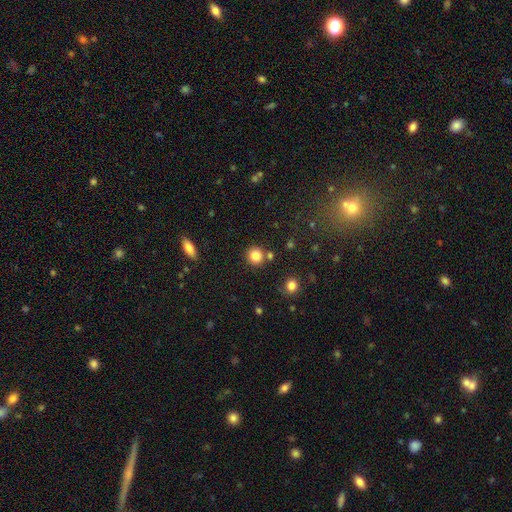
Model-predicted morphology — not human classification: Smooth or featured? smooth (84%)
How rounded? round (90%)
Merging? none (80%)